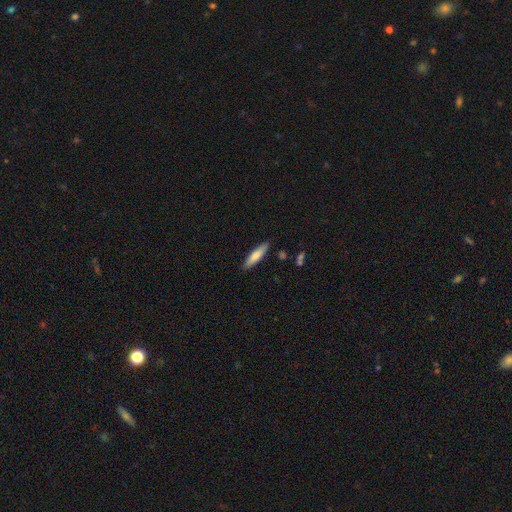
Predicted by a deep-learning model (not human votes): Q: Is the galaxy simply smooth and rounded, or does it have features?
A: smooth — 71%.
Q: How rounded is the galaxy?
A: cigar-shaped — 78%.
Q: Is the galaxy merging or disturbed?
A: none — 88%.